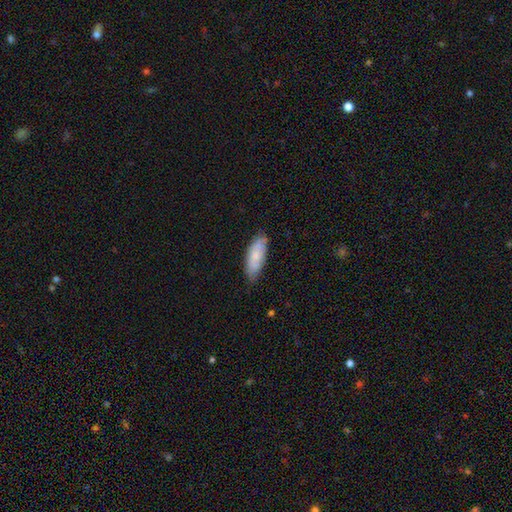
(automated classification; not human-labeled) This is likely a smooth galaxy (70%). How rounded: likely in between (71%). Merging: likely none (73%).